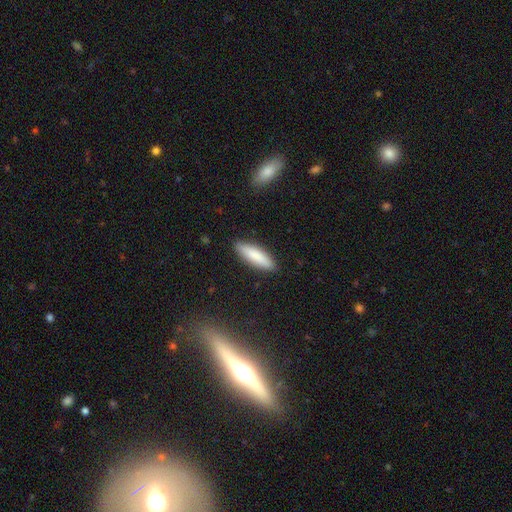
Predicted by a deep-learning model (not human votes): smooth_or_featured: smooth (p=0.83) [alt: featured or disk p=0.12]
how_rounded: cigar-shaped (p=0.62) [alt: in between p=0.37]
merging: none (p=0.88) [alt: minor disturbance p=0.09]